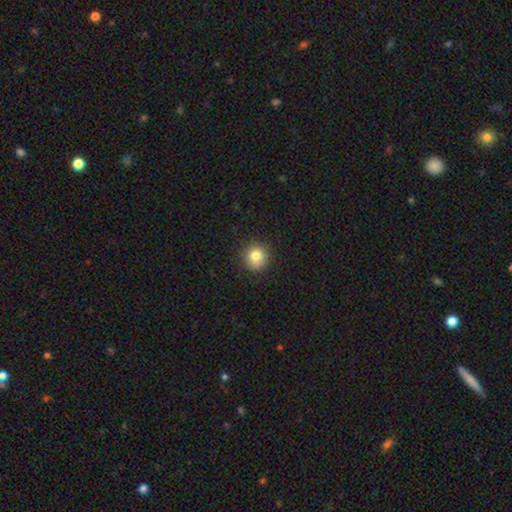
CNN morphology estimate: Q: Smooth or featured?
A: smooth (81%); runner-up: star or artifact (11%)
Q: How rounded?
A: round (90%); runner-up: in between (9%)
Q: Merging?
A: none (88%); runner-up: minor disturbance (9%)